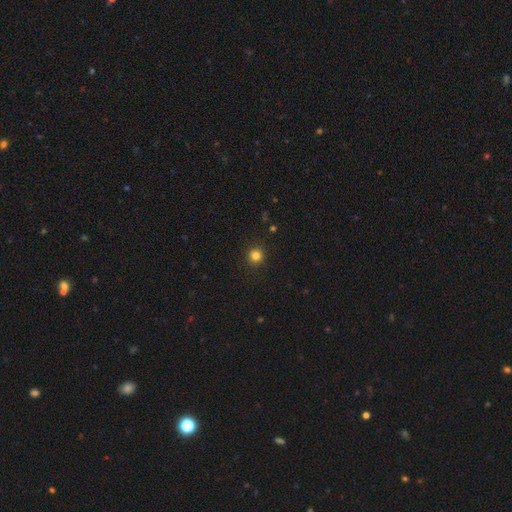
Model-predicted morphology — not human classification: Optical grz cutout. It shows a smooth galaxy with no disk features (82%) that is round (93%). Merging: none (92%).